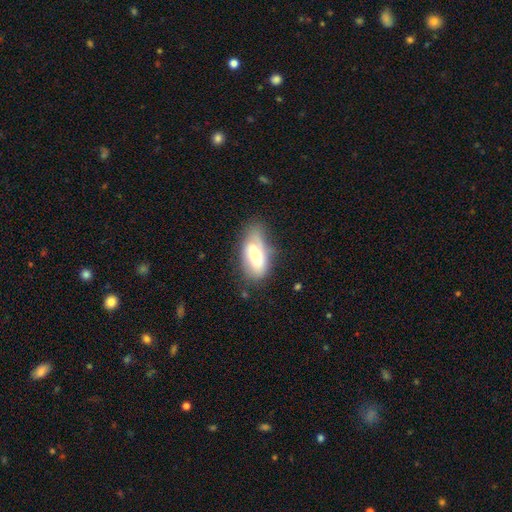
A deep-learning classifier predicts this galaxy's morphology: A smooth galaxy with no disk features (60%) that is in between round and cigar-shaped (88%). Merging: none (48%).